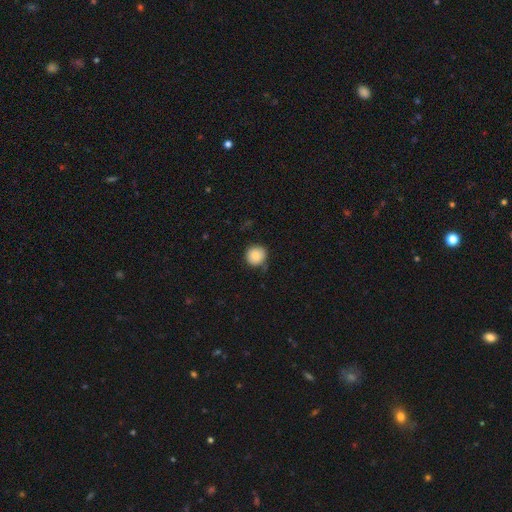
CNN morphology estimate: Q: Smooth or featured?
A: smooth (85%); runner-up: star or artifact (9%)
Q: How rounded?
A: round (93%); runner-up: in between (6%)
Q: Merging?
A: none (82%); runner-up: minor disturbance (13%)